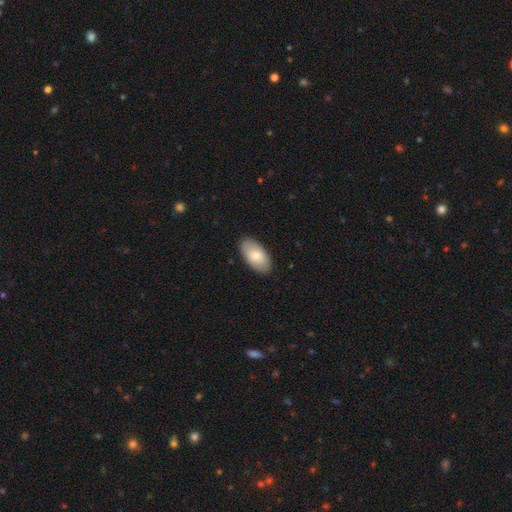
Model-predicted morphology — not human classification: Smooth or featured? Predicted: smooth (p=0.77). How rounded? Predicted: in between (p=0.95). Merging? Predicted: none (p=0.88).